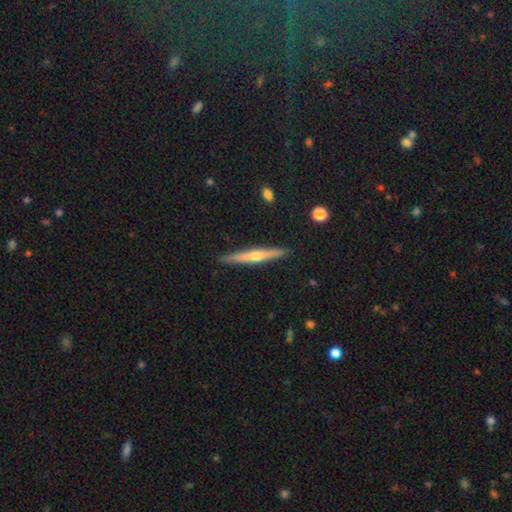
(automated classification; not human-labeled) Smooth or featured?
  - featured or disk: 68% *
  - smooth: 26%
  - star or artifact: 6%
Edge-on disk?
  - yes: 98% *
  - no: 2%
Edge-on bulge?
  - rounded: 87% *
  - none: 10%
  - boxy: 3%
Merging?
  - none: 90% *
  - minor disturbance: 7%
  - major disturbance: 1%
  - merger: 1%